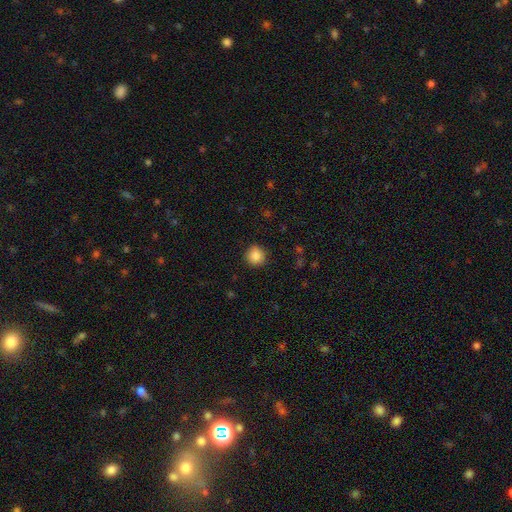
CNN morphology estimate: Smooth or featured: smooth — 86% (star or artifact — 9%)
How rounded: round — 93% (in between — 6%)
Merging: none — 90% (minor disturbance — 7%)